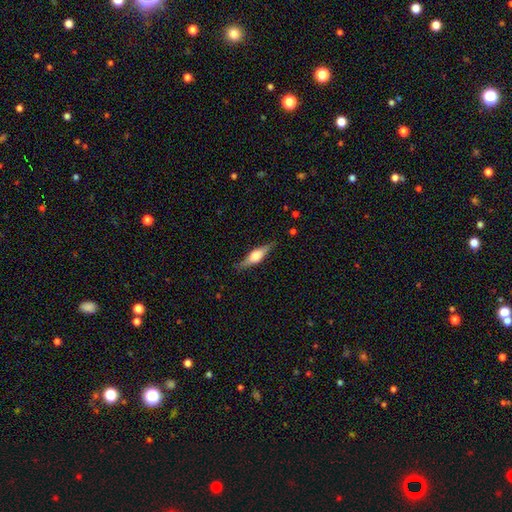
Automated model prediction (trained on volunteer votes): A featured or disk galaxy (57%) viewed edge-on (94%) with a rounded central bulge (89%). Merging: none (83%).